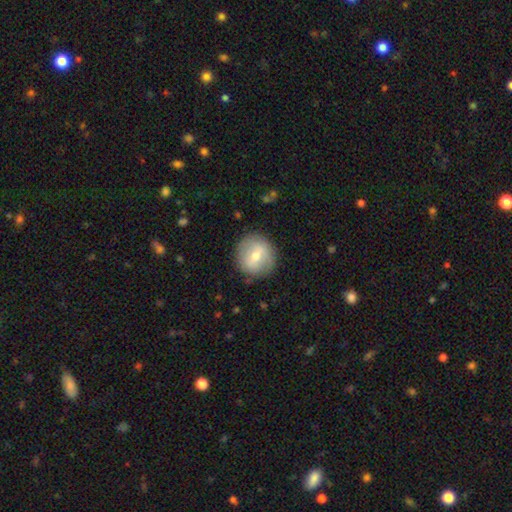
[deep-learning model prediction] Overall: smooth (53%; featured or disk 40%). How rounded: round (90%). Merging: none (84%).